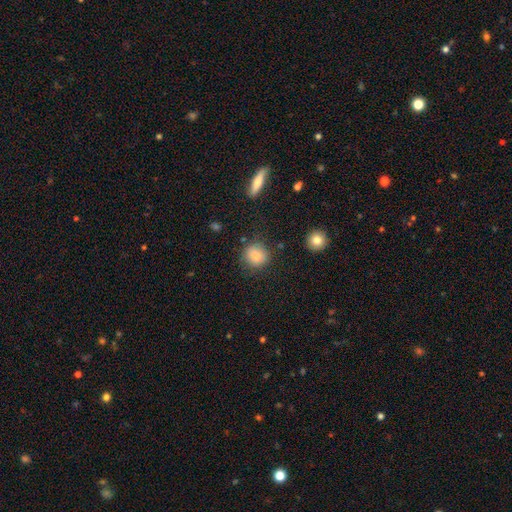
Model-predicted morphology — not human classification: This appears to be a smooth galaxy with no disk features (83%) that is round (87%). Merging: none (81%).